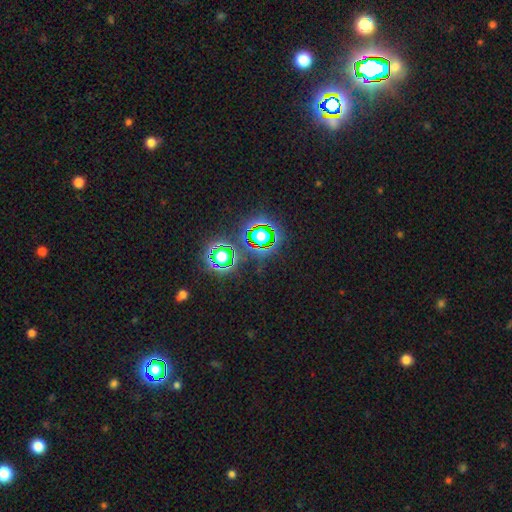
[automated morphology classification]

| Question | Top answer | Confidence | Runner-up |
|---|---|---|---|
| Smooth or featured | star or artifact | 79% | smooth (14%) |